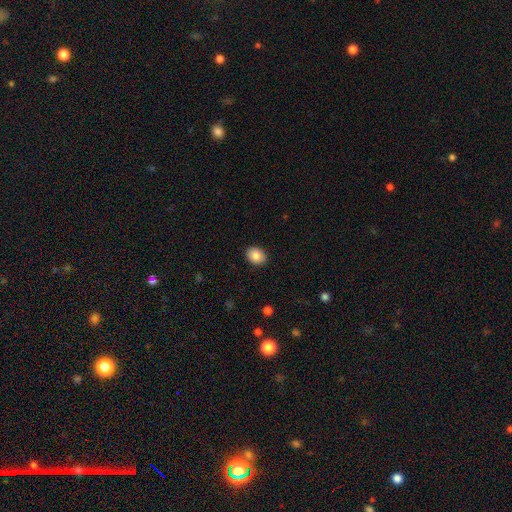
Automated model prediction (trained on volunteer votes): Morphology: type=smooth (87%); roundness=in between (60%); merging=none (90%).